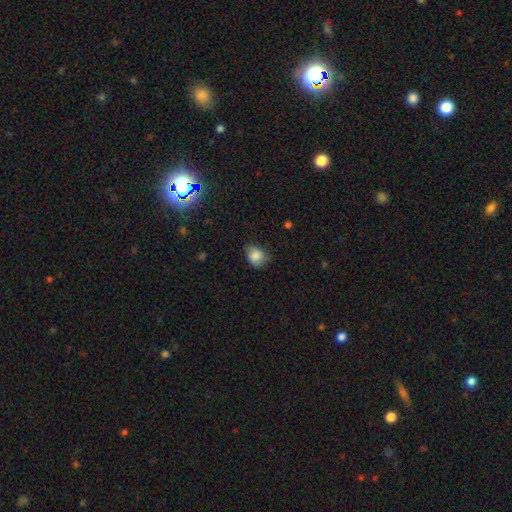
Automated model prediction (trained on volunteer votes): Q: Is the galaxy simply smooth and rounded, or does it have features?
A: smooth — 84%.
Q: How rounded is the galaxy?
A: round — 55%.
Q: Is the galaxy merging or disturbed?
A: none — 63%.